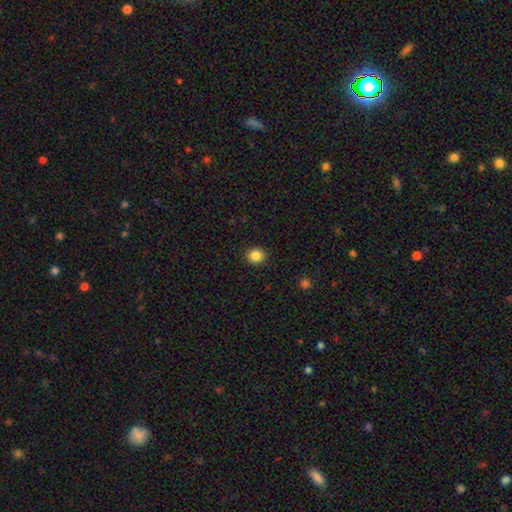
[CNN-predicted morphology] smooth-or-featured: smooth: 85% | star or artifact: 10% | featured or disk: 5%
  how-rounded: round: 78% | in between: 21% | cigar-shaped: 1%
  merging: none: 92% | minor disturbance: 6% | major disturbance: 2% | merger: 1%